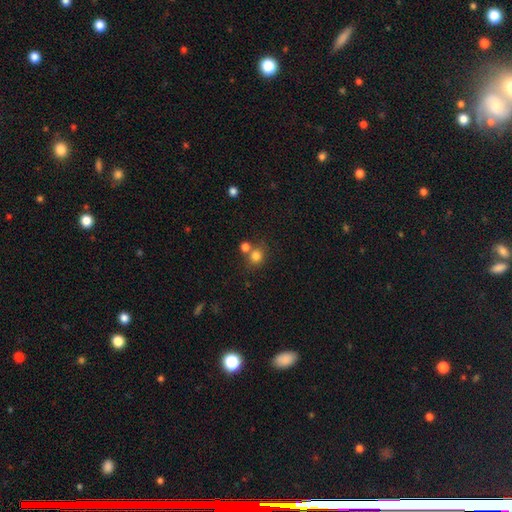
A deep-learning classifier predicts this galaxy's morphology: smooth_or_featured: smooth (p=0.79) [alt: star or artifact p=0.13]
how_rounded: round (p=0.79) [alt: in between p=0.20]
merging: none (p=0.60) [alt: merger p=0.27]